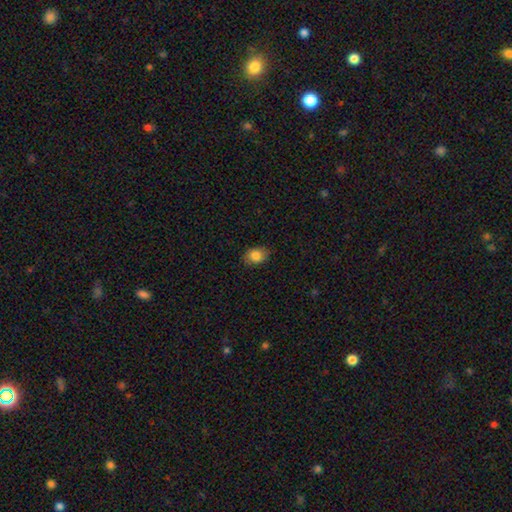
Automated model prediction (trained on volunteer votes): A smooth galaxy with no disk features (84%) that is in between round and cigar-shaped (68%).

Vote fractions:
- Smooth or featured? smooth: 84% / star or artifact: 9% / featured or disk: 7%
- How rounded? in between: 68% / round: 31% / cigar-shaped: 1%
- Merging? none: 83% / minor disturbance: 14% / major disturbance: 3% / merger: 1%